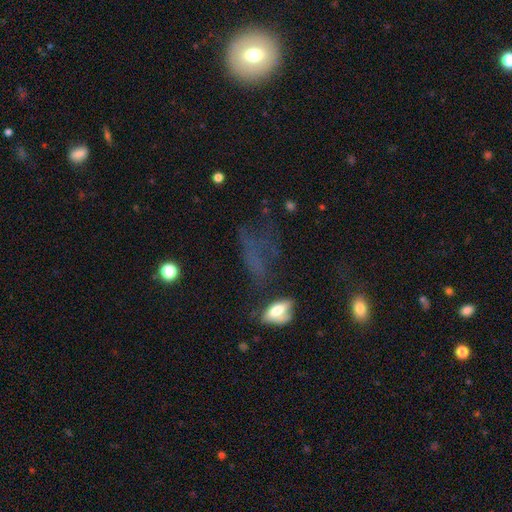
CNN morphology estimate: smooth 38%, star or artifact 33%, featured or disk 29%. Down the decision tree: merging — none (40%).